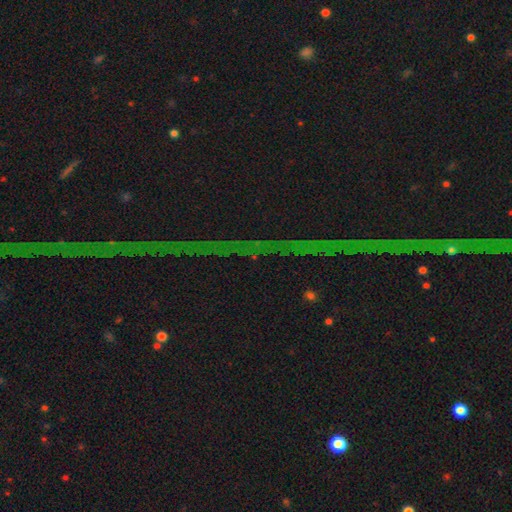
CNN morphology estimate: Smooth or featured? star or artifact (81%)